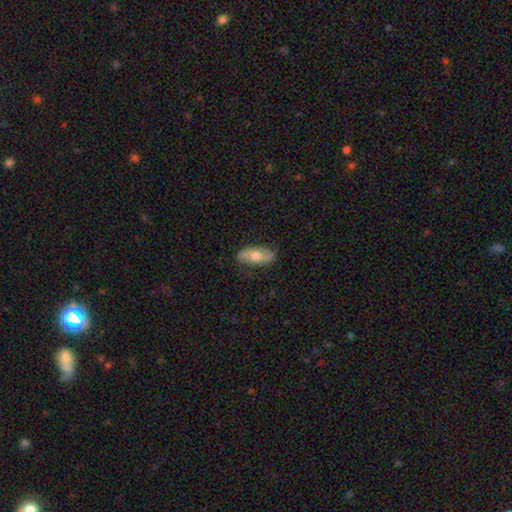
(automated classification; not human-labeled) Morphology: type=smooth (51%); roundness=in between (83%); merging=none (81%).